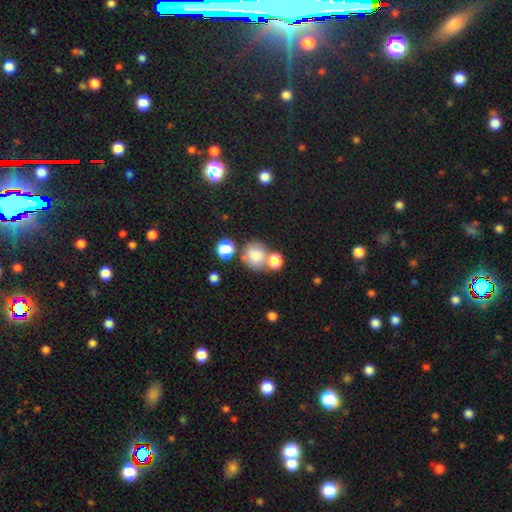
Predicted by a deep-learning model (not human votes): Smooth or featured: smooth — 77% (star or artifact — 13%)
How rounded: round — 76% (in between — 23%)
Merging: none — 51% (merger — 29%)